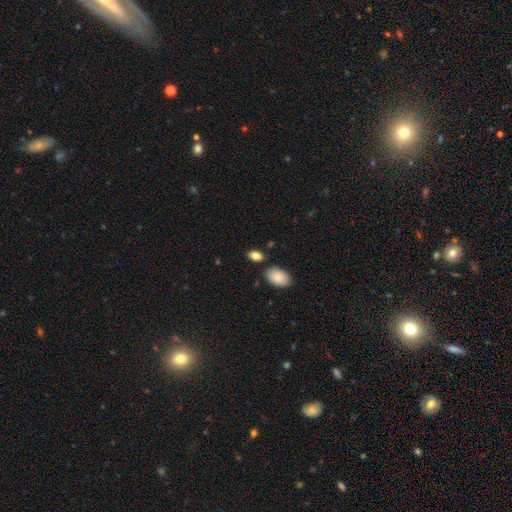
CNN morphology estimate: A smooth galaxy with no disk features (85%) that is in between round and cigar-shaped (90%). Merging: none (79%).